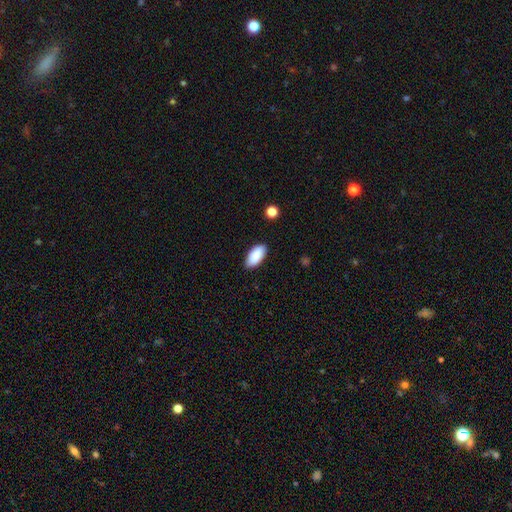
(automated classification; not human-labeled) The model was most divided on "merging": none: 83%, minor disturbance: 13%, major disturbance: 2%, merger: 1%. More confident: how rounded — in between (92%); smooth or featured — smooth (89%).